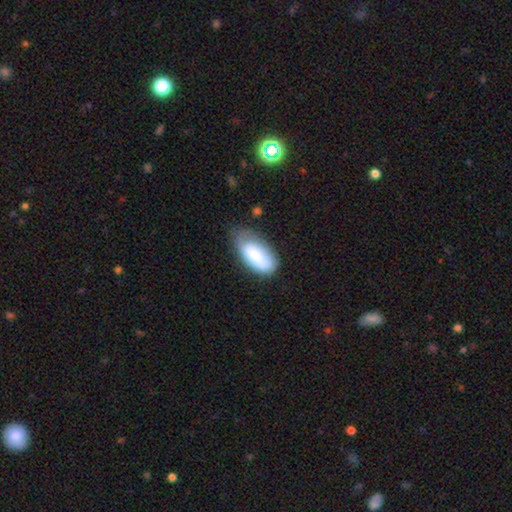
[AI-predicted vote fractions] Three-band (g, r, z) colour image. It shows a smooth galaxy with no disk features (74%) that is in between round and cigar-shaped (91%). Merging: none (48%).